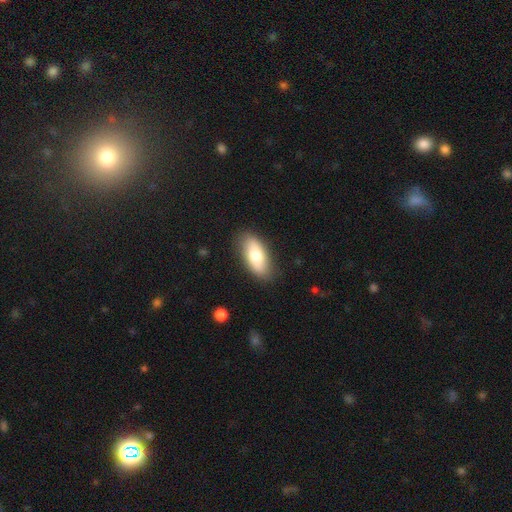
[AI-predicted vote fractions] smooth_or_featured: smooth (p=0.76) [alt: featured or disk p=0.19]
how_rounded: in between (p=0.85) [alt: cigar-shaped p=0.12]
merging: none (p=0.84) [alt: minor disturbance p=0.12]